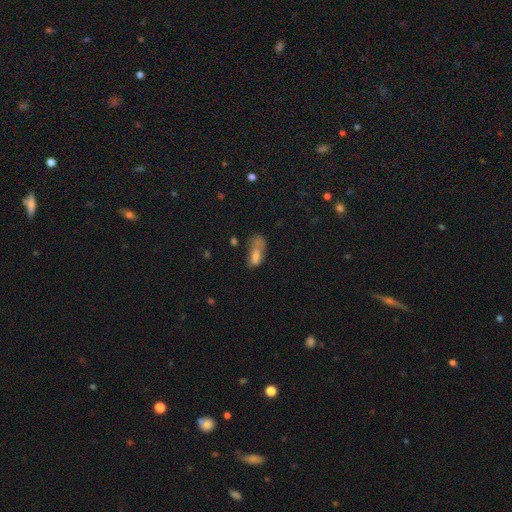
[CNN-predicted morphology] type=smooth (58%); roundness=in between (77%); merging=major disturbance (32%).